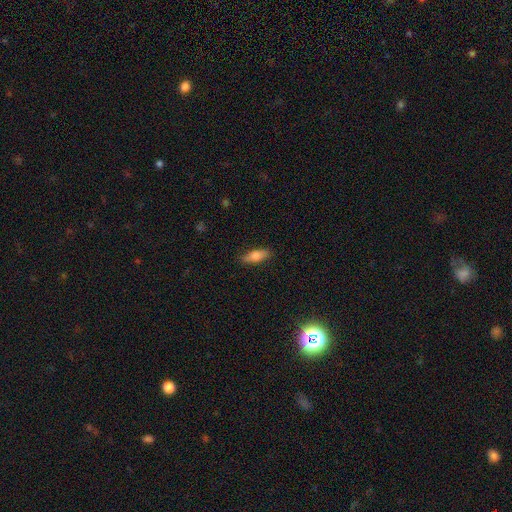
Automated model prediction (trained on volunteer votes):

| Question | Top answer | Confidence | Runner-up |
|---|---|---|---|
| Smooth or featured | smooth | 72% | featured or disk (20%) |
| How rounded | in between | 66% | cigar-shaped (31%) |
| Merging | none | 86% | minor disturbance (11%) |